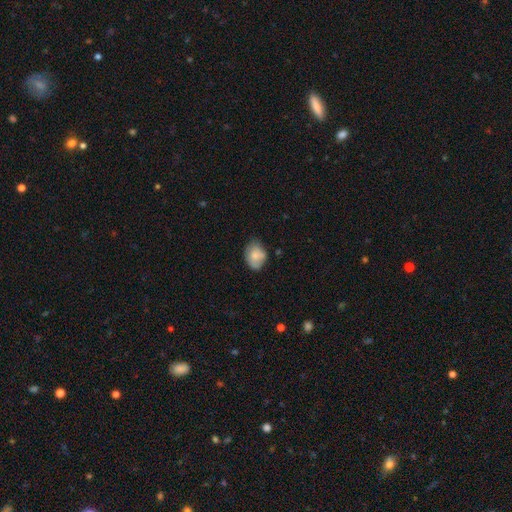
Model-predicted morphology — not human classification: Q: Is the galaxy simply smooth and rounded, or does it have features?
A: smooth — 77%.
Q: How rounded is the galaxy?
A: in between — 63%.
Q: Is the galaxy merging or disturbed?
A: none — 61%.